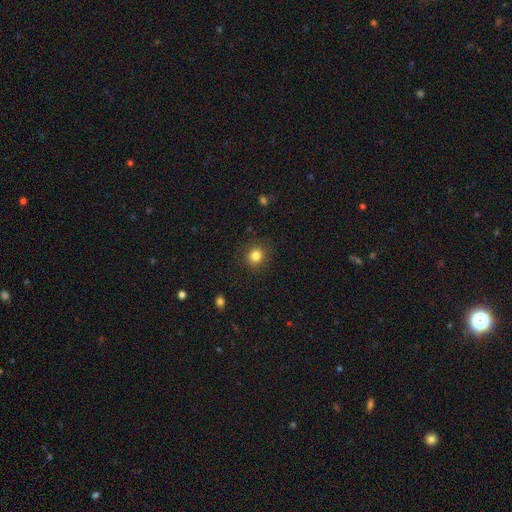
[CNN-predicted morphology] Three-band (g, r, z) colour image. It shows a smooth galaxy with no disk features (83%) that is round (82%). Merging: none (88%).